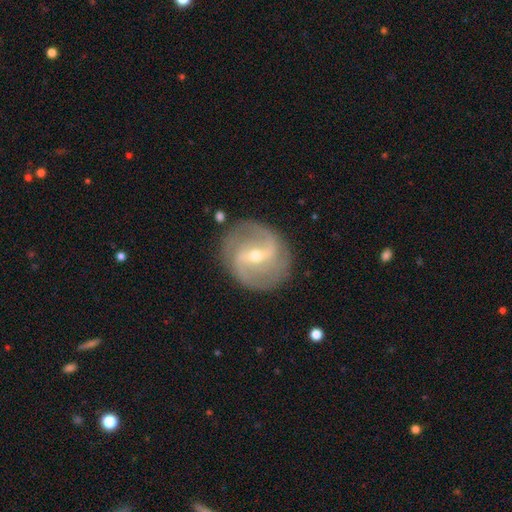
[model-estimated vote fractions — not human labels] smooth-or-featured: featured or disk: 86% | smooth: 8% | star or artifact: 5%
  disk-edge-on: no: 97% | yes: 3%
    bar: strong: 44% | weak: 41% | no: 15%
    has-spiral-arms: yes: 93% | no: 7%
      spiral-winding: medium: 46% | loose: 34% | tight: 20%
      spiral-arm-count: 2: 83% | can't tell: 6% | 3: 5% | 1: 2% | 4: 2% | more than 4: 2%
    bulge-size: small: 53% | moderate: 44% | large: 1% | none: 1% | dominant: 1%
  merging: none: 83% | minor disturbance: 11% | major disturbance: 4% | merger: 2%